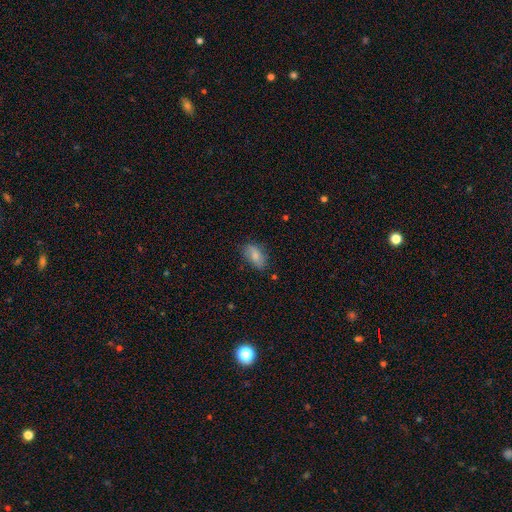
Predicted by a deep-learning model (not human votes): Smooth or featured?
  - smooth: 77% *
  - featured or disk: 15%
  - star or artifact: 7%
How rounded?
  - in between: 90% *
  - cigar-shaped: 5%
  - round: 4%
Merging?
  - none: 70% *
  - minor disturbance: 23%
  - major disturbance: 5%
  - merger: 2%